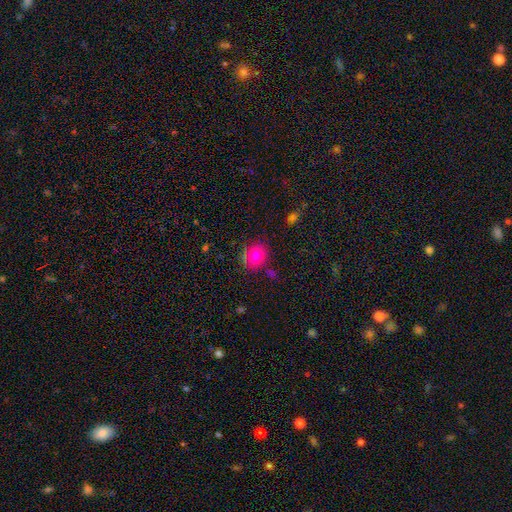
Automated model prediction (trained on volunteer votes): A smooth galaxy with no disk features (79%) that is round (66%).

Vote fractions:
- Smooth or featured? smooth: 79% / featured or disk: 11% / star or artifact: 11%
- How rounded? round: 66% / in between: 33% / cigar-shaped: 1%
- Merging? none: 72% / minor disturbance: 17% / major disturbance: 6% / merger: 5%